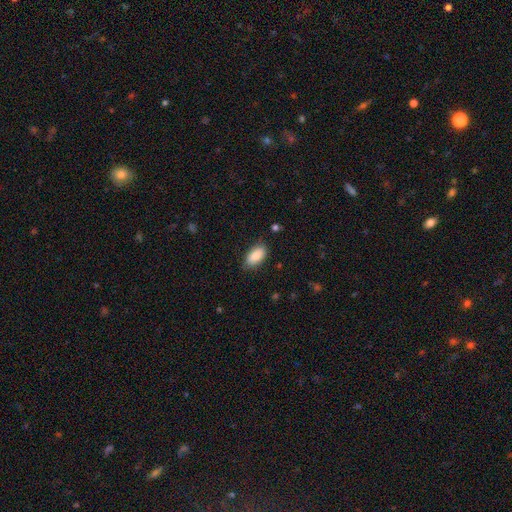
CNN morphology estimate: The model was most divided on "merging": none: 80%, minor disturbance: 16%, major disturbance: 3%, merger: 1%. More confident: how rounded — in between (92%); smooth or featured — smooth (86%).